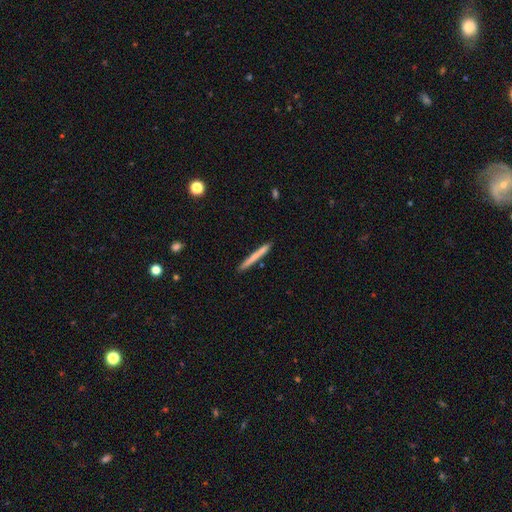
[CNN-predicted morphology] smooth-or-featured: smooth: 66% | featured or disk: 28% | star or artifact: 6%
  how-rounded: cigar-shaped: 97% | in between: 2% | round: 1%
  merging: none: 89% | minor disturbance: 8% | merger: 2% | major disturbance: 2%